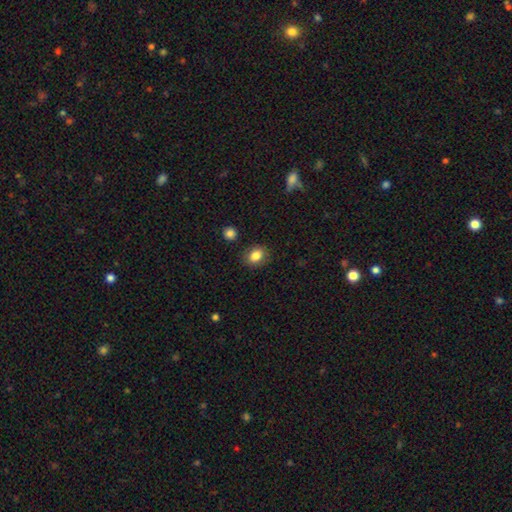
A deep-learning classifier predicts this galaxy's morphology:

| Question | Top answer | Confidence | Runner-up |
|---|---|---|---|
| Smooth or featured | smooth | 84% | star or artifact (9%) |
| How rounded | in between | 50% | round (49%) |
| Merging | none | 84% | minor disturbance (10%) |